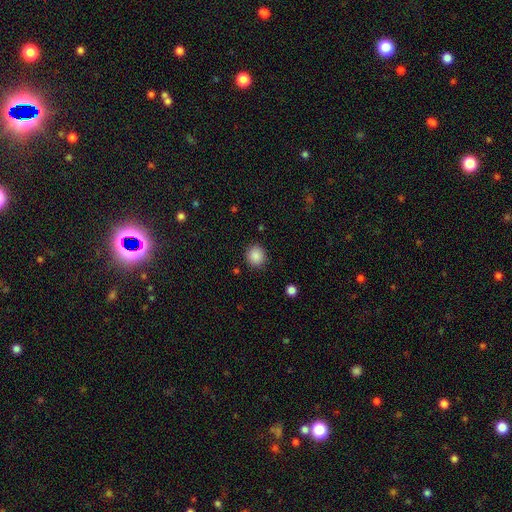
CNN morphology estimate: Smooth or featured: smooth — 88% (star or artifact — 9%)
How rounded: round — 87% (in between — 12%)
Merging: none — 89% (minor disturbance — 8%)